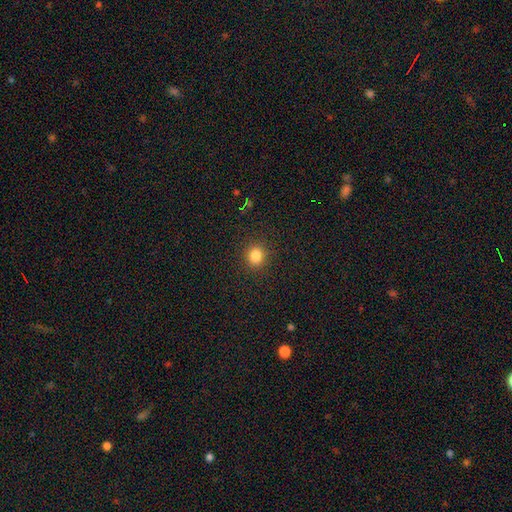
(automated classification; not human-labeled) This appears to be a smooth galaxy with no disk features (83%) that is round (81%). Merging: none (90%).